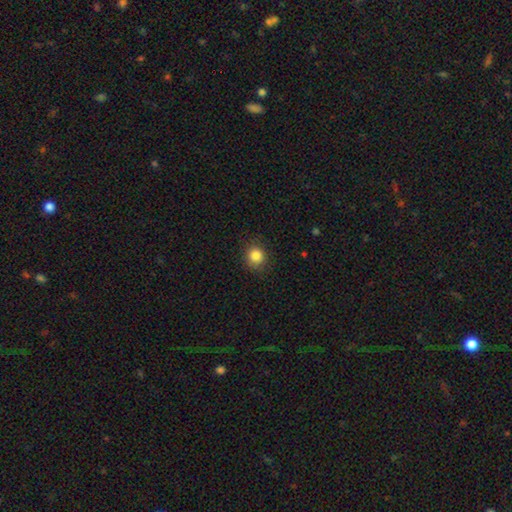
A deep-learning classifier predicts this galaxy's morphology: type=smooth (85%); roundness=round (86%); merging=none (88%).